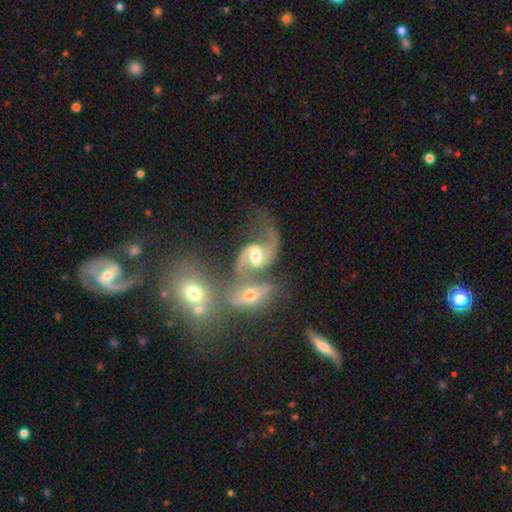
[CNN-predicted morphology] Q: Smooth or featured?
A: featured or disk (83%); runner-up: smooth (10%)
Q: Edge-on disk?
A: no (97%); runner-up: yes (3%)
Q: Bar?
A: weak (48%); runner-up: no (31%)
Q: Spiral arms?
A: yes (95%); runner-up: no (5%)
Q: Spiral winding?
A: loose (48%); runner-up: medium (43%)
Q: Spiral arm count?
A: 2 (90%); runner-up: 1 (4%)
Q: Bulge size?
A: moderate (67%); runner-up: small (16%)
Q: Merging?
A: merger (59%); runner-up: none (24%)